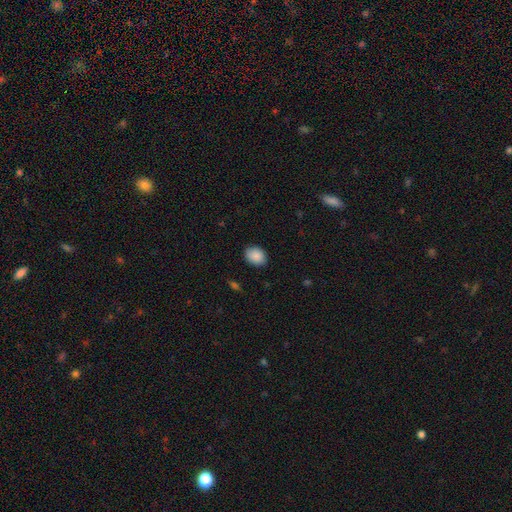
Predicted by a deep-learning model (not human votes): smooth-or-featured: smooth: 89% | star or artifact: 7% | featured or disk: 4%
  how-rounded: in between: 62% | round: 37% | cigar-shaped: 1%
  merging: none: 84% | minor disturbance: 12% | major disturbance: 3% | merger: 1%